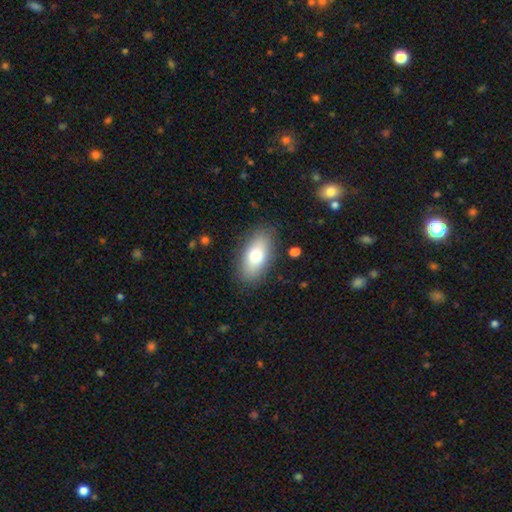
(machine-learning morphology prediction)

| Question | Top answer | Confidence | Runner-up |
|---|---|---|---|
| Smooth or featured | smooth | 72% | featured or disk (20%) |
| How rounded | in between | 89% | cigar-shaped (6%) |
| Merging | none | 85% | minor disturbance (10%) |